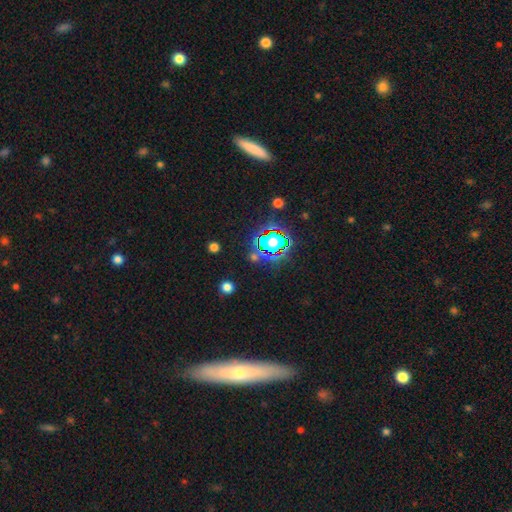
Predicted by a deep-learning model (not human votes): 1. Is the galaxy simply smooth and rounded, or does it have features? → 63% star or artifact, 25% smooth, 12% featured or disk.